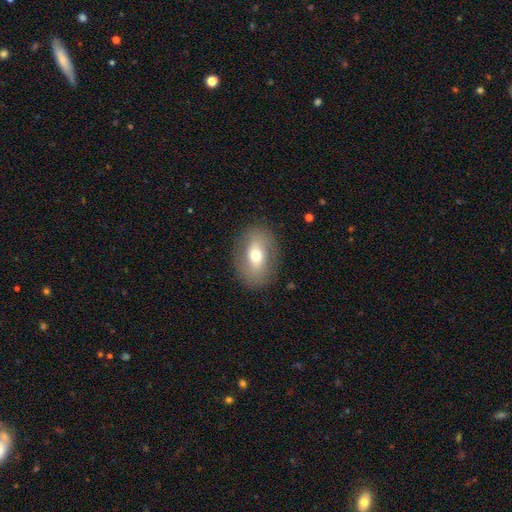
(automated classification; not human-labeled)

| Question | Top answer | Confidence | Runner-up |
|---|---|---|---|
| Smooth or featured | smooth | 58% | featured or disk (33%) |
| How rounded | in between | 77% | round (21%) |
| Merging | none | 85% | minor disturbance (10%) |